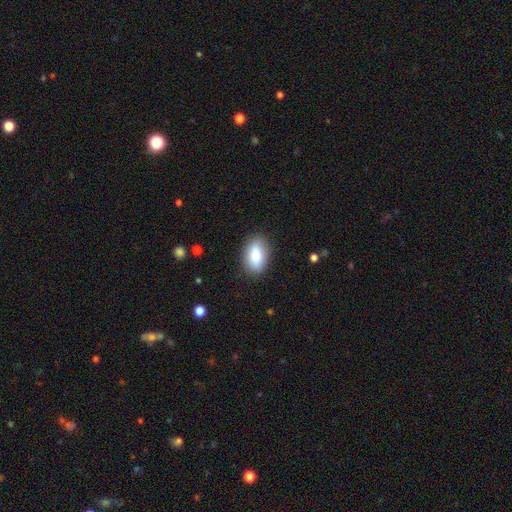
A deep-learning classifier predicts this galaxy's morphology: Smooth or featured?
  - smooth: 81% *
  - featured or disk: 12%
  - star or artifact: 7%
How rounded?
  - in between: 88% *
  - round: 6%
  - cigar-shaped: 6%
Merging?
  - none: 84% *
  - minor disturbance: 11%
  - major disturbance: 3%
  - merger: 2%